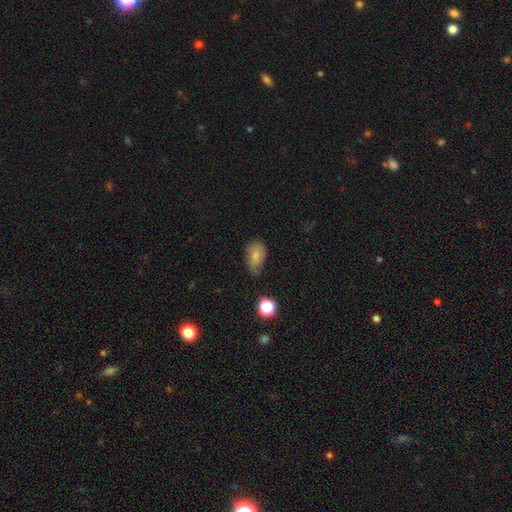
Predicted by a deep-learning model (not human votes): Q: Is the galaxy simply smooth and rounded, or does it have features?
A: smooth — 78%.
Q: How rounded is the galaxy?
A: in between — 86%.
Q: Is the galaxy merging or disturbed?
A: none — 55%.